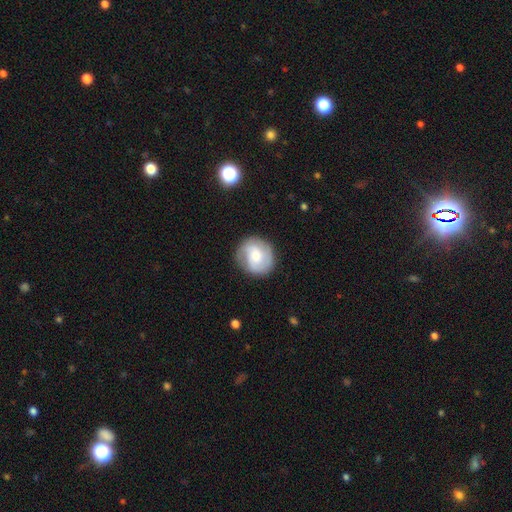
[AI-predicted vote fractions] This is likely a featured or disk galaxy (61%). It is clearly not viewed edge-on (98%). Bar: possibly no (56%). Spiral arm pattern: clearly yes (88%). Spiral arm count: possibly 2 (58%). Spiral winding: marginally tight (42%, tied with medium). Central bulge: possibly moderate (55%). Merging: clearly none (82%).